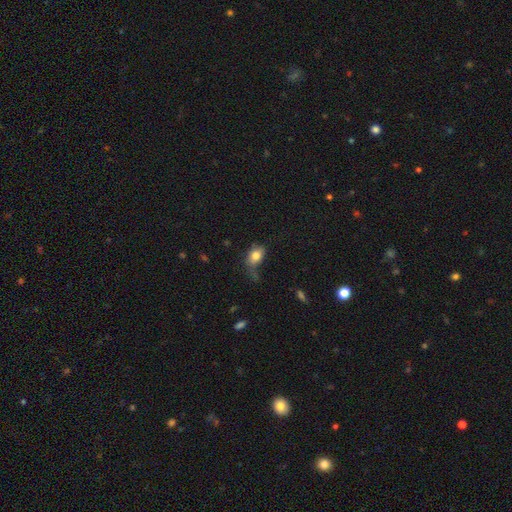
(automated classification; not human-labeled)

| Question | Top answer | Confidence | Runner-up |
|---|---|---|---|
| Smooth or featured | smooth | 80% | featured or disk (12%) |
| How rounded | in between | 82% | round (15%) |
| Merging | none | 43% | minor disturbance (29%) |